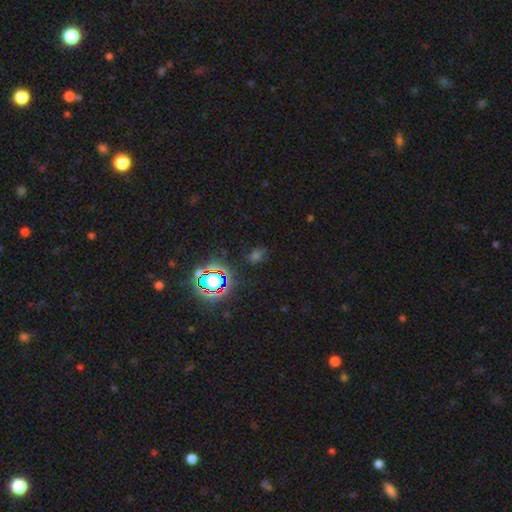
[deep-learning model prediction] Smooth or featured: star or artifact — 57% (smooth — 33%)